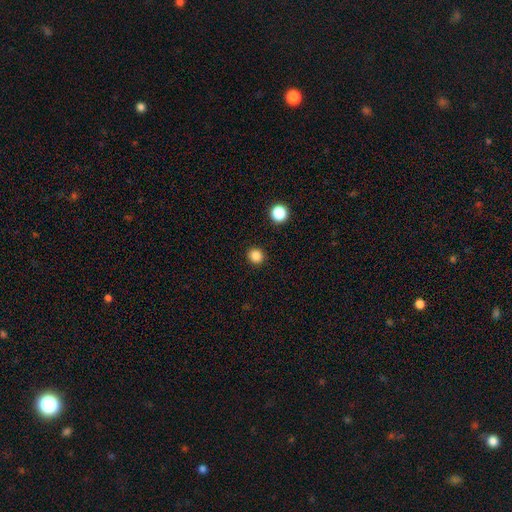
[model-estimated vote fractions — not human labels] Morphology: type=smooth (84%); roundness=round (90%); merging=none (92%).